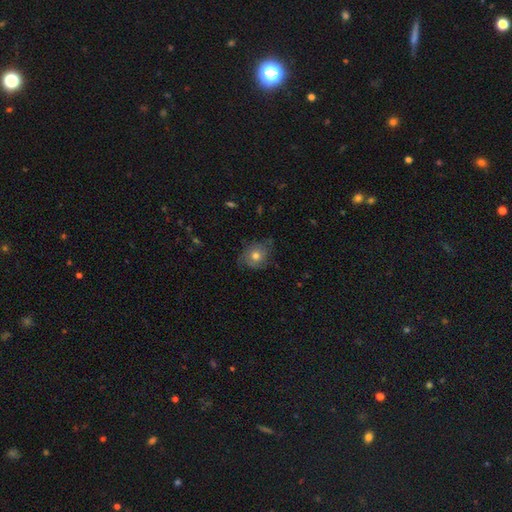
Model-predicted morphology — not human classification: A smooth galaxy with no disk features (66%) that is round (66%). Merging: none (65%).